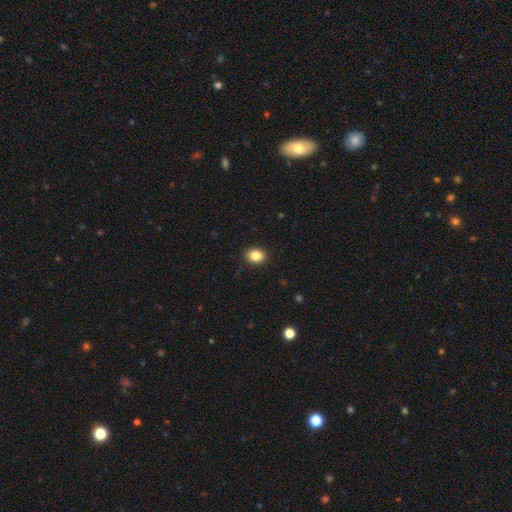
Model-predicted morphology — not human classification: This appears to be a smooth galaxy with no disk features (86%) that is in between round and cigar-shaped (54%). Merging: none (91%).